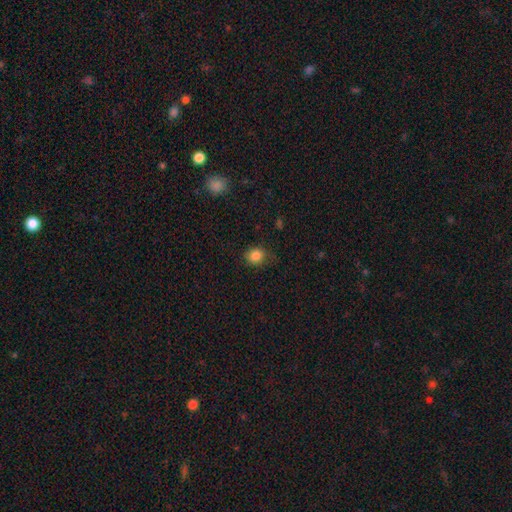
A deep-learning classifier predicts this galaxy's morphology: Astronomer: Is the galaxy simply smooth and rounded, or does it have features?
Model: smooth — 84%.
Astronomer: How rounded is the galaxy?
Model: round — 74%.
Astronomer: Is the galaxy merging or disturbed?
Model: none — 81%.